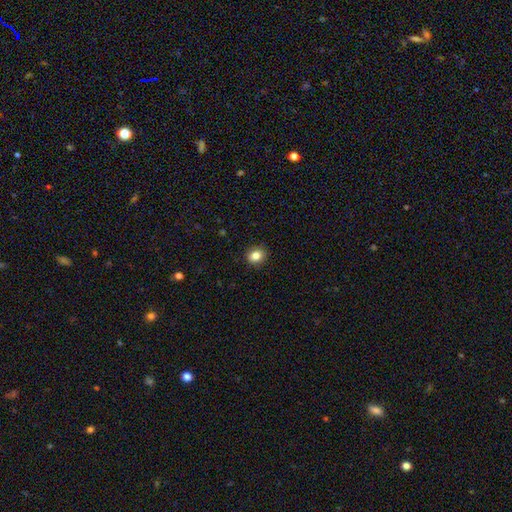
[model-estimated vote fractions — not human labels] Q: Smooth or featured?
A: smooth (84%); runner-up: star or artifact (10%)
Q: How rounded?
A: round (73%); runner-up: in between (26%)
Q: Merging?
A: none (91%); runner-up: minor disturbance (6%)